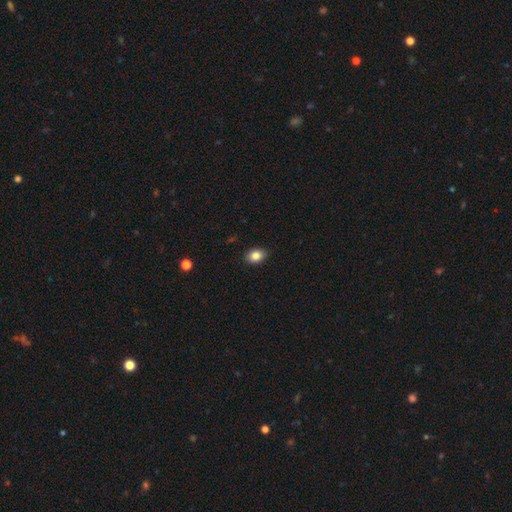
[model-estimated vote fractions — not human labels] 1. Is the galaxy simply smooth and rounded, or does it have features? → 84% smooth, 9% star or artifact, 7% featured or disk.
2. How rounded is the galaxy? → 71% in between, 28% round, 1% cigar-shaped.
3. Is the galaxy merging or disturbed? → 89% none, 9% minor disturbance, 2% major disturbance, 1% merger.